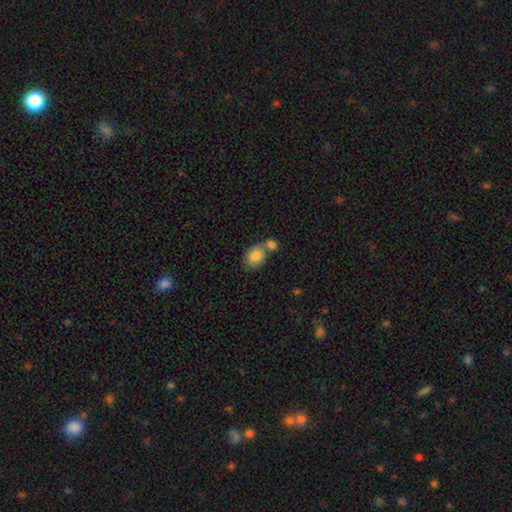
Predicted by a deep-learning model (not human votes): Overall: smooth (84%). How rounded: in between (70%). Merging: merger (43%; none 40%).